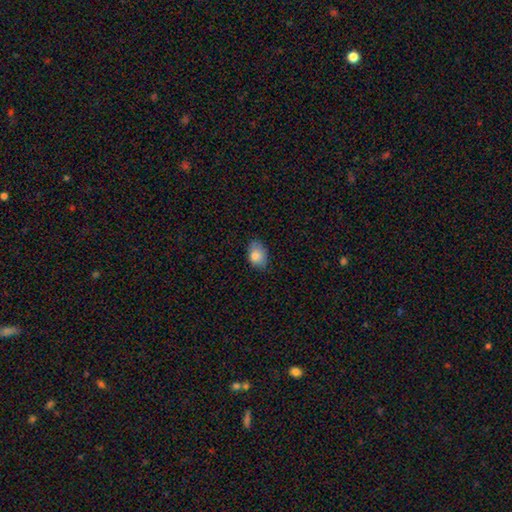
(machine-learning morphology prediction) Smooth or featured? smooth (84%)
How rounded? in between (83%)
Merging? none (74%)